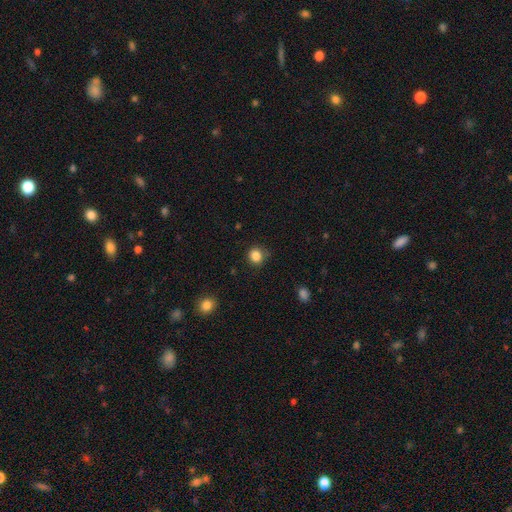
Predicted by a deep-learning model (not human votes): smooth-or-featured: smooth: 85% | star or artifact: 11% | featured or disk: 4%
  how-rounded: round: 82% | in between: 17% | cigar-shaped: 1%
  merging: none: 80% | minor disturbance: 15% | major disturbance: 3% | merger: 2%